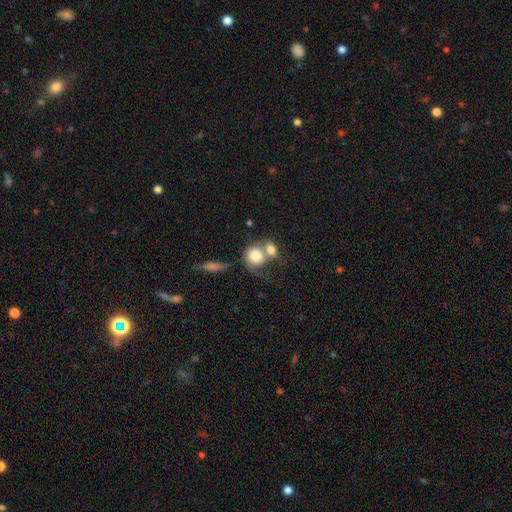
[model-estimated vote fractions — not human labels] This is likely a smooth galaxy (76%). How rounded: likely round (62%). Merging: likely merger (62%).